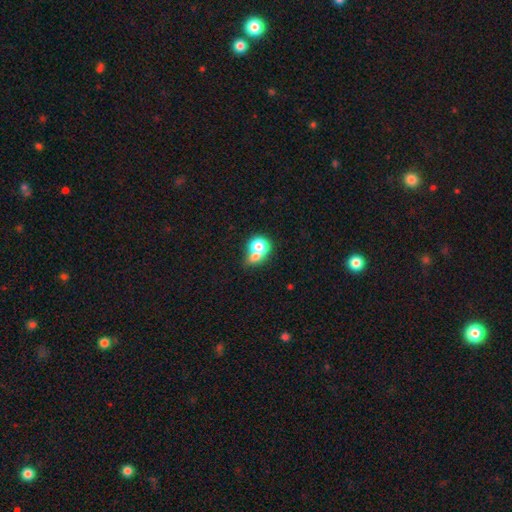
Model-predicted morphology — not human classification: A smooth galaxy with no disk features (71%) that is round (62%).

Vote fractions:
- Smooth or featured? smooth: 71% / featured or disk: 19% / star or artifact: 11%
- How rounded? round: 62% / in between: 37% / cigar-shaped: 1%
- Merging? merger: 58% / none: 25% / minor disturbance: 9% / major disturbance: 8%